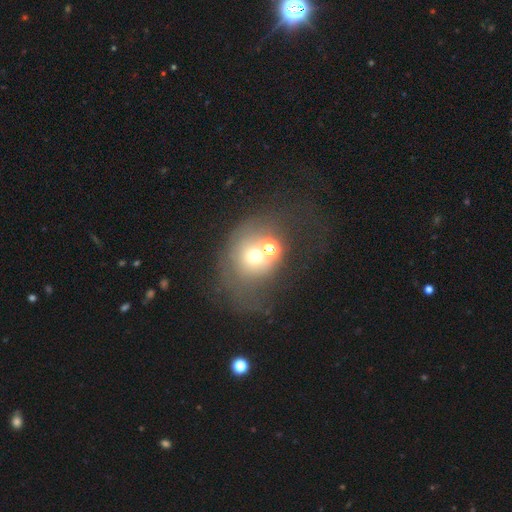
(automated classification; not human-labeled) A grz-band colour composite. It shows a smooth galaxy with no disk features (53%) that is round (70%). Merging: merger (39%).